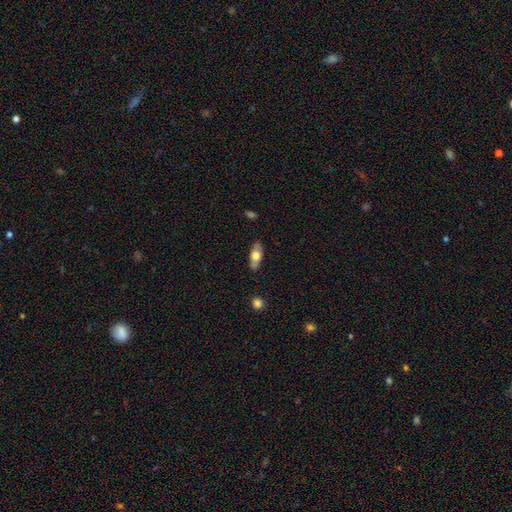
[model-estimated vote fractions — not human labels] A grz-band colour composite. It shows a smooth galaxy with no disk features (60%) that is in between round and cigar-shaped (81%). Merging: none (85%).